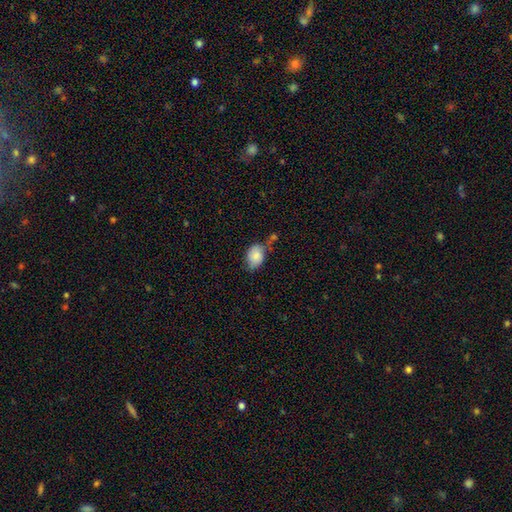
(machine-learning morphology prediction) Overall: smooth (84%). How rounded: in between (76%). Merging: none (47%; minor disturbance 30%).